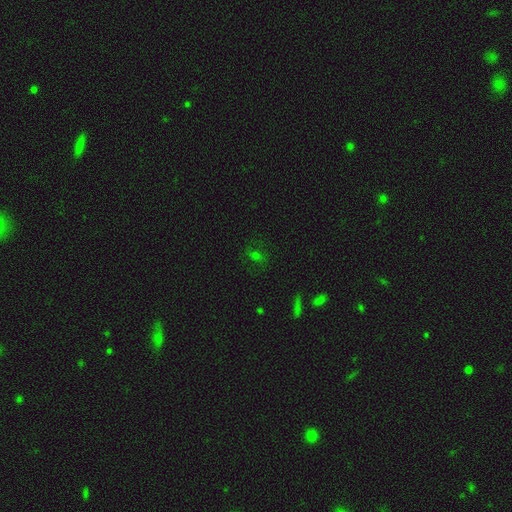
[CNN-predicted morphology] Smooth or featured? smooth (45%)
Merging? none (74%)